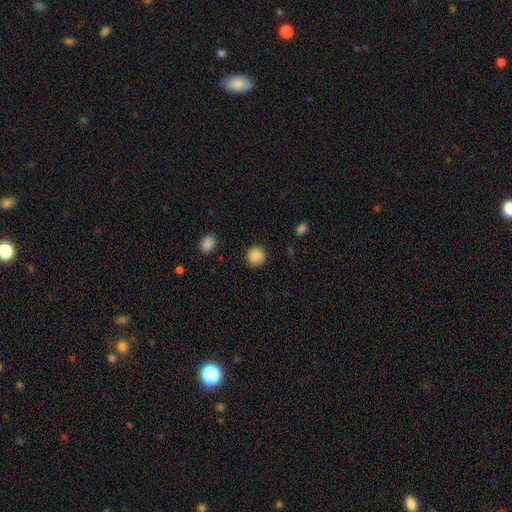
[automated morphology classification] Smooth or featured? smooth (86%)
How rounded? round (88%)
Merging? none (87%)